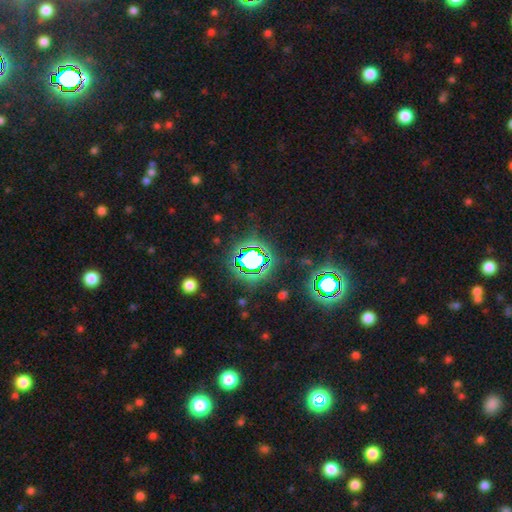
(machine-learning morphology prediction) A star or artifact, not a galaxy (71%).

Vote fractions:
- Smooth or featured? star or artifact: 71% / smooth: 19% / featured or disk: 10%